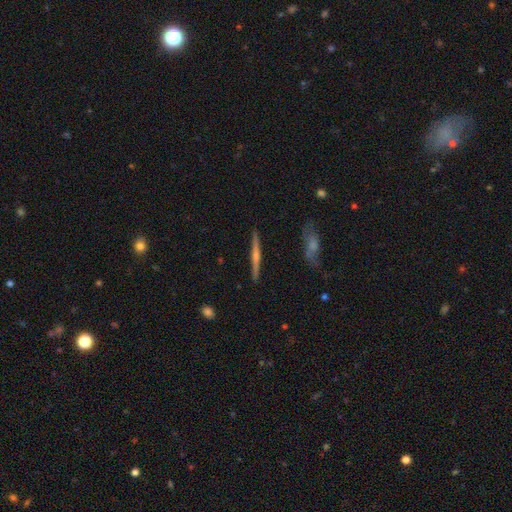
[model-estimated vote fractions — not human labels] This is likely a featured or disk galaxy (74%). It is clearly viewed edge-on (98%). Edge-on bulge: likely rounded (79%). Merging: clearly none (91%).